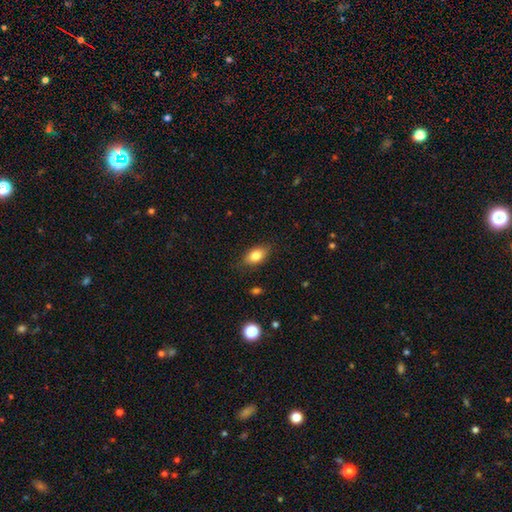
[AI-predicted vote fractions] smooth 79%, featured or disk 13%, star or artifact 8%. Down the decision tree: how rounded — in between (86%); merging — none (81%).